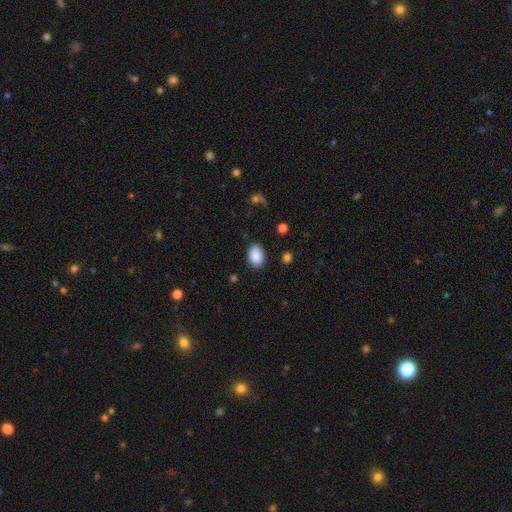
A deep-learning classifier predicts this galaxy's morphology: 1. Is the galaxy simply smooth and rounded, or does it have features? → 89% smooth, 8% star or artifact, 3% featured or disk.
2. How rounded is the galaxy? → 81% in between, 18% round, 1% cigar-shaped.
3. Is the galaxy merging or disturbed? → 85% none, 11% minor disturbance, 3% major disturbance, 1% merger.